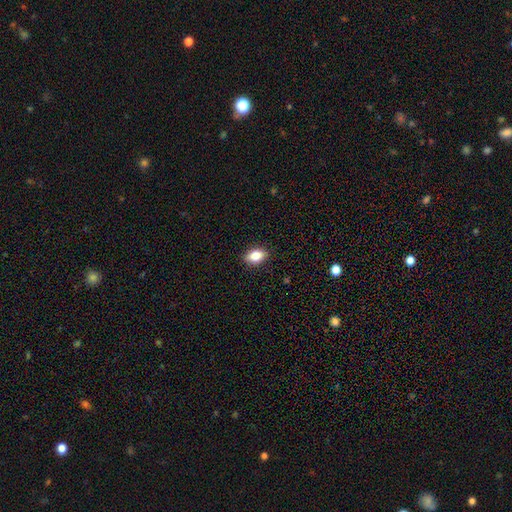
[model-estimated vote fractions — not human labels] smooth_or_featured: smooth (p=0.83) [alt: featured or disk p=0.09]
how_rounded: in between (p=0.85) [alt: round p=0.12]
merging: none (p=0.88) [alt: minor disturbance p=0.09]